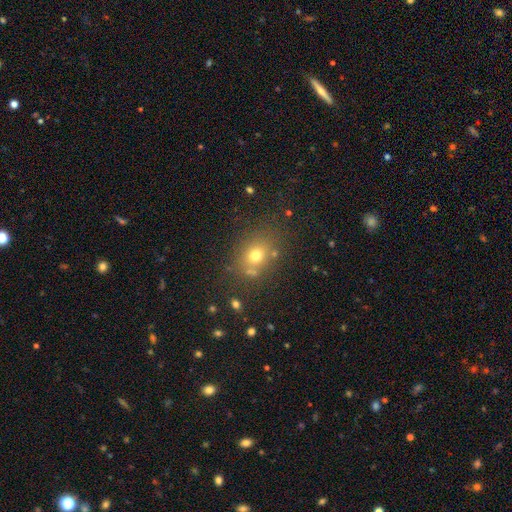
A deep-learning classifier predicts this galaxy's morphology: smooth_or_featured: smooth (p=0.68) [alt: star or artifact p=0.20]
how_rounded: round (p=0.56) [alt: in between p=0.43]
merging: none (p=0.73) [alt: minor disturbance p=0.13]